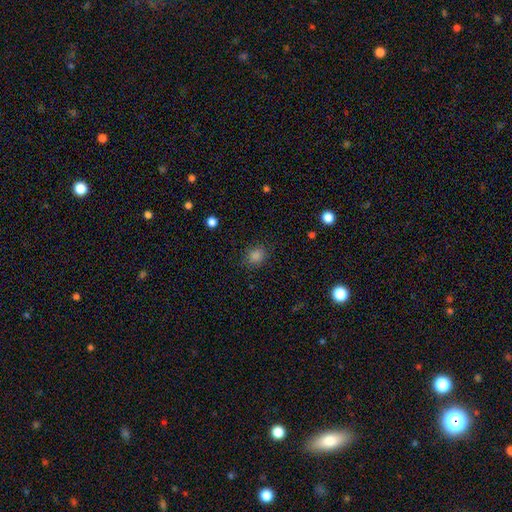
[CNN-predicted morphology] smooth-or-featured: smooth: 80% | star or artifact: 16% | featured or disk: 4%
  how-rounded: round: 71% | in between: 28% | cigar-shaped: 1%
  merging: none: 86% | minor disturbance: 10% | major disturbance: 3% | merger: 1%